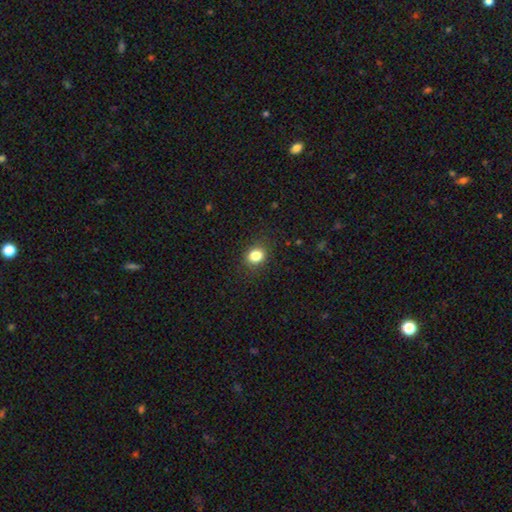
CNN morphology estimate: smooth_or_featured: smooth (p=0.84) [alt: star or artifact p=0.11]
how_rounded: round (p=0.60) [alt: in between p=0.39]
merging: none (p=0.87) [alt: minor disturbance p=0.10]